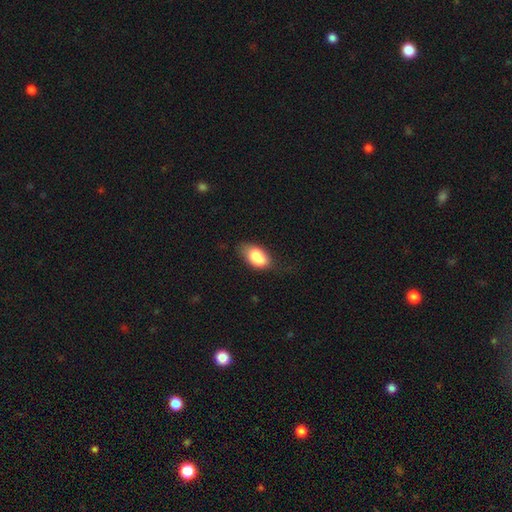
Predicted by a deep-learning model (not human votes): This is clearly a smooth galaxy (84%). How rounded: clearly in between (92%). Merging: possibly none (52%).